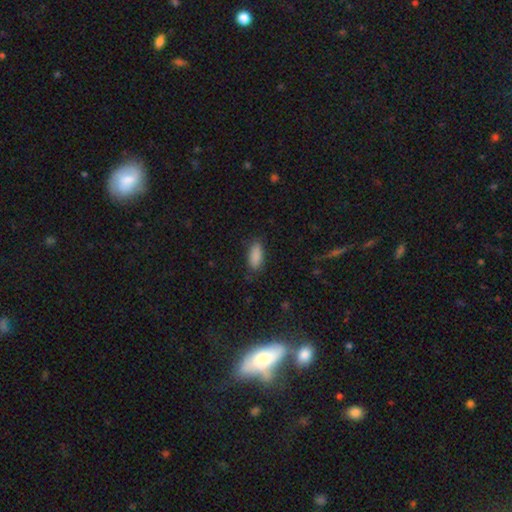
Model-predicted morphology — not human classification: Overall: smooth (89%). How rounded: in between (81%). Merging: none (82%).